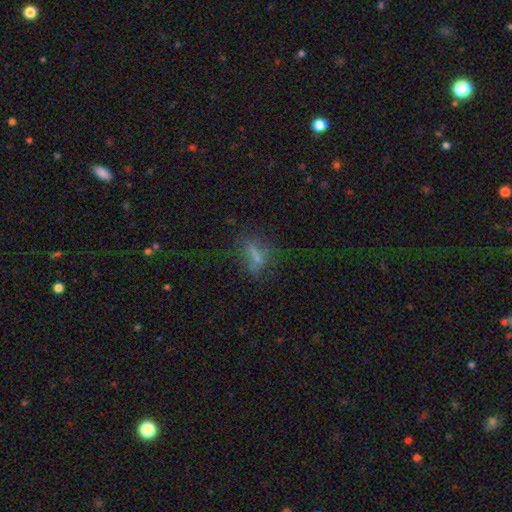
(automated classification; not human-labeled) This is possibly a smooth galaxy (52%). How rounded: possibly cigar-shaped (47%). Merging: likely none (67%).